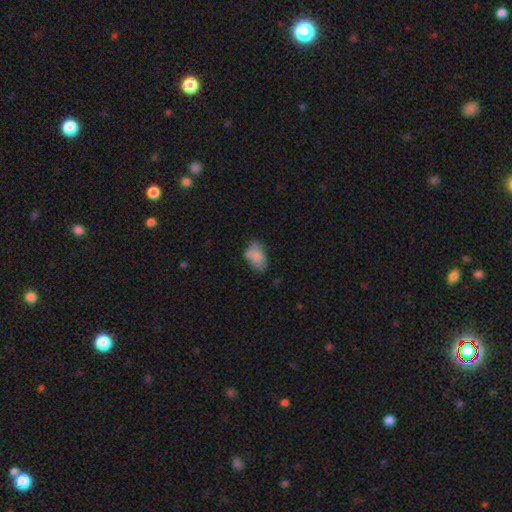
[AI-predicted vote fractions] smooth_or_featured: smooth (p=0.76) [alt: featured or disk p=0.16]
how_rounded: in between (p=0.90) [alt: round p=0.09]
merging: none (p=0.48) [alt: minor disturbance p=0.29]